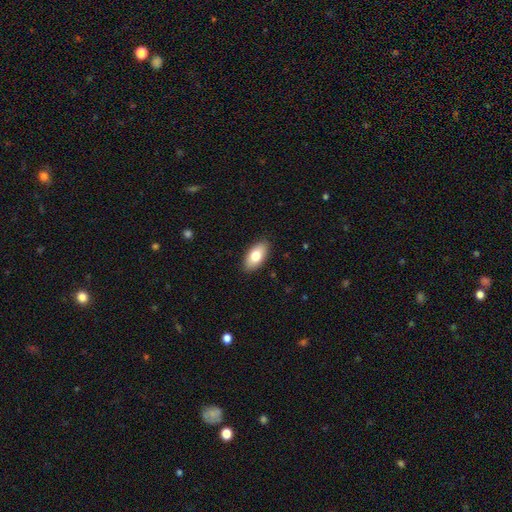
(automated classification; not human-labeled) Smooth or featured: smooth — 78% (featured or disk — 16%)
How rounded: in between — 93% (cigar-shaped — 4%)
Merging: none — 89% (minor disturbance — 8%)